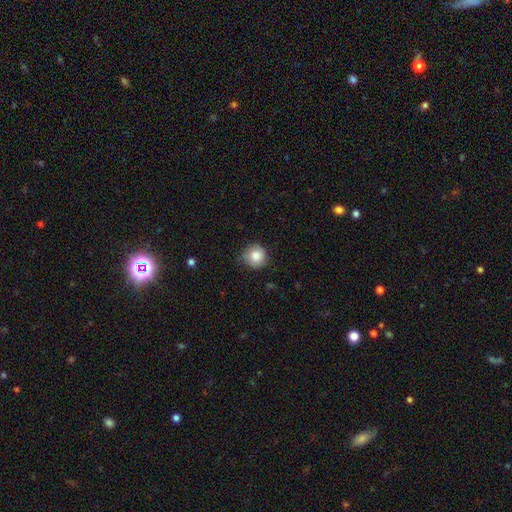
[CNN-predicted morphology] smooth-or-featured: smooth: 82% | star or artifact: 9% | featured or disk: 9%
  how-rounded: round: 92% | in between: 7% | cigar-shaped: 1%
  merging: none: 72% | minor disturbance: 23% | major disturbance: 4% | merger: 1%